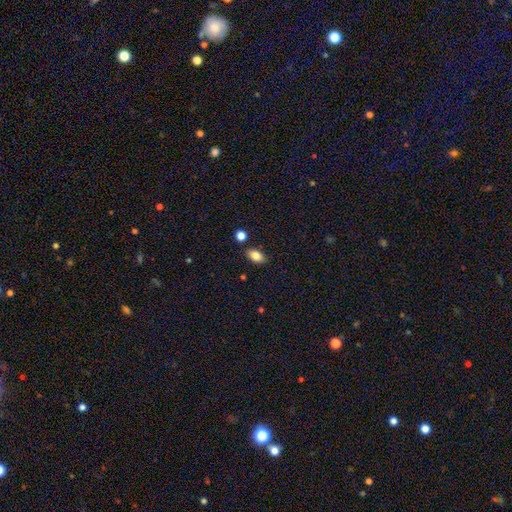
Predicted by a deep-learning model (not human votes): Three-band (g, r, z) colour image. It shows a smooth galaxy with no disk features (83%) that is in between round and cigar-shaped (90%). Merging: none (83%).